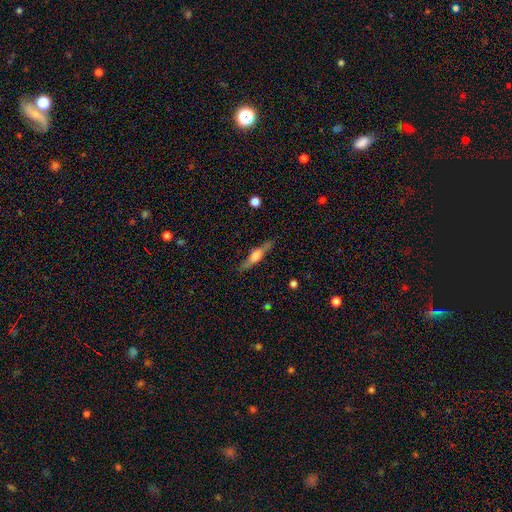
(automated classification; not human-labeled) The model was most divided on "smooth or featured": featured or disk: 67%, smooth: 27%, star or artifact: 7%. More confident: edge-on disk — yes (96%); merging — none (86%); edge-on bulge — rounded (83%).